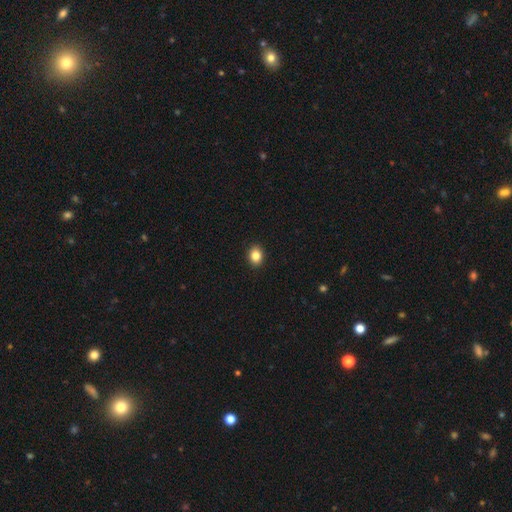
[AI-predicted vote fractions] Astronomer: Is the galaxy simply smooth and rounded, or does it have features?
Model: smooth — 85%.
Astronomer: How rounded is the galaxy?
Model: in between — 56% (runner-up: round, 43%).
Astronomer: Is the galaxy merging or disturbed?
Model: none — 91%.